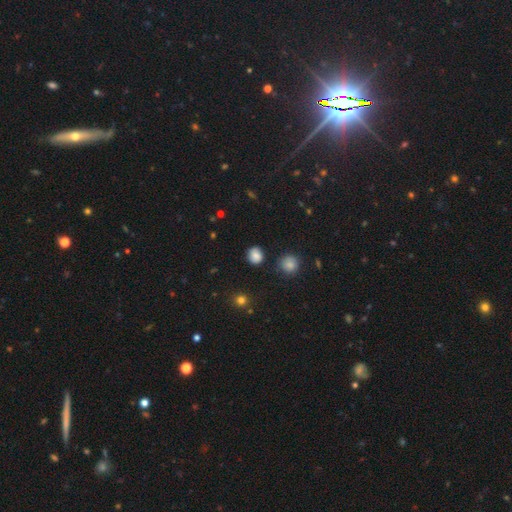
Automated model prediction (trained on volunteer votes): Q: Smooth or featured?
A: smooth (82%); runner-up: star or artifact (12%)
Q: How rounded?
A: round (77%); runner-up: in between (22%)
Q: Merging?
A: none (84%); runner-up: minor disturbance (11%)